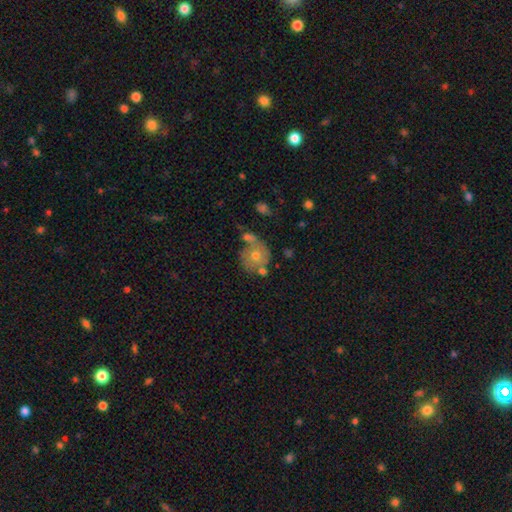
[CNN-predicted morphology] A smooth galaxy with no disk features (54%) that is round (83%). Merging: none (52%).